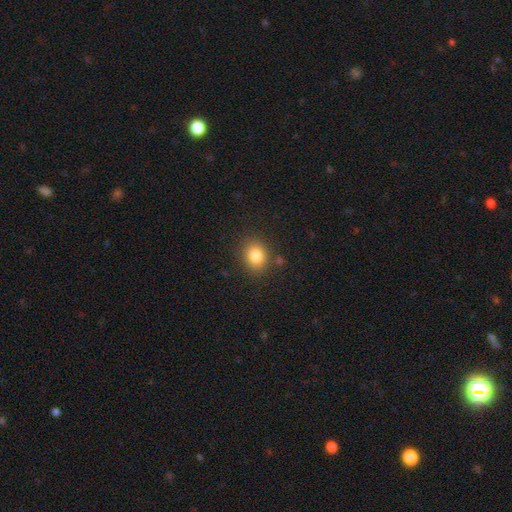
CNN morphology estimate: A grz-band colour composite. It shows a smooth galaxy with no disk features (84%) that is round (54%). Merging: none (83%).